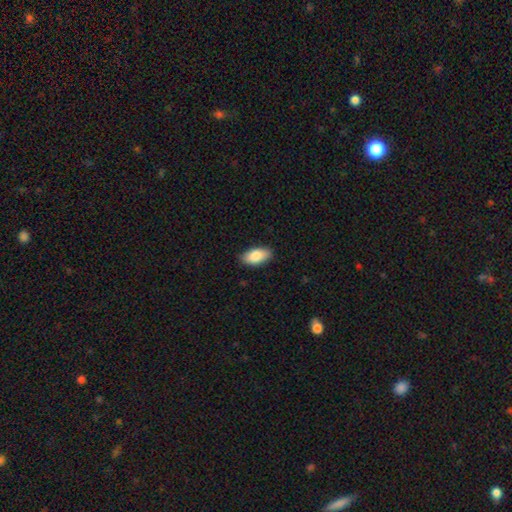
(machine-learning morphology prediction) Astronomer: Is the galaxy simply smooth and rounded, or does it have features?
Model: smooth — 86%.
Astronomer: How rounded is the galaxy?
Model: in between — 93%.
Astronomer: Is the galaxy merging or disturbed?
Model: none — 86%.